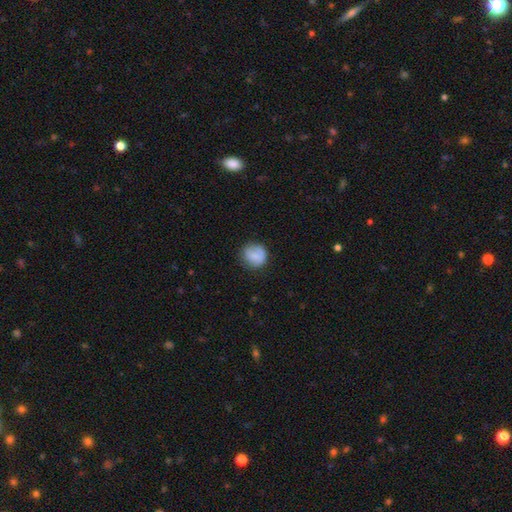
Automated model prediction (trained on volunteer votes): A smooth galaxy with no disk features (80%) that is round (88%).

Vote fractions:
- Smooth or featured? smooth: 80% / featured or disk: 13% / star or artifact: 7%
- How rounded? round: 88% / in between: 11% / cigar-shaped: 1%
- Merging? none: 76% / minor disturbance: 17% / major disturbance: 5% / merger: 1%